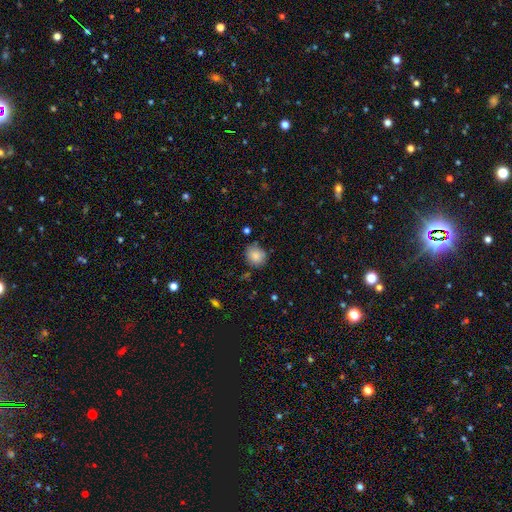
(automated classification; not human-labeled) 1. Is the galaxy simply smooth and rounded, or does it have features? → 85% smooth, 9% star or artifact, 6% featured or disk.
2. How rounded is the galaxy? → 69% round, 30% in between, 1% cigar-shaped.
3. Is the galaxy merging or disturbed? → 78% none, 15% minor disturbance, 3% merger, 3% major disturbance.